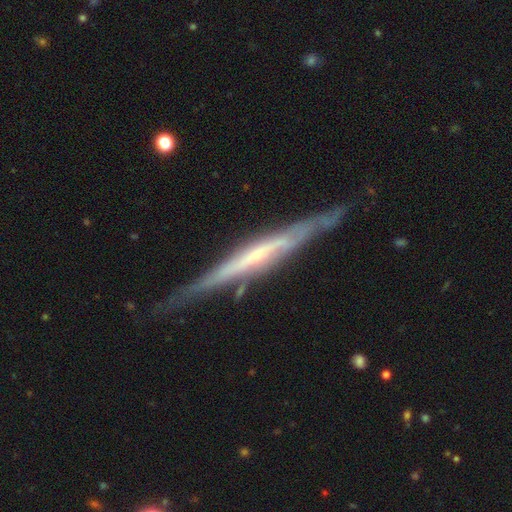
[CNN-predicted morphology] This is likely a featured or disk galaxy (80%). It is clearly viewed edge-on (92%). Edge-on bulge: possibly none (53%). Merging: likely none (76%).